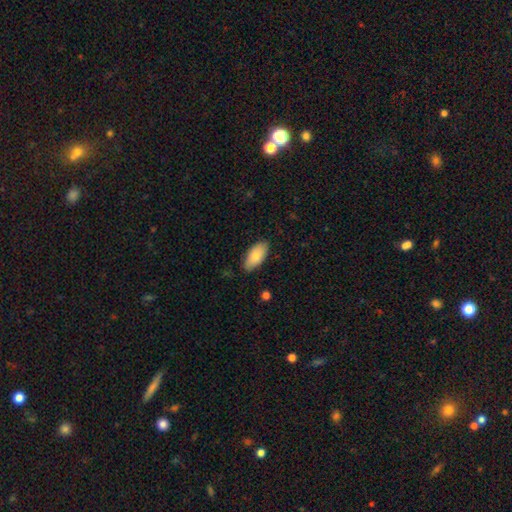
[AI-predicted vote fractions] Q: Smooth or featured?
A: smooth (80%); runner-up: featured or disk (14%)
Q: How rounded?
A: in between (93%); runner-up: cigar-shaped (5%)
Q: Merging?
A: none (85%); runner-up: minor disturbance (12%)